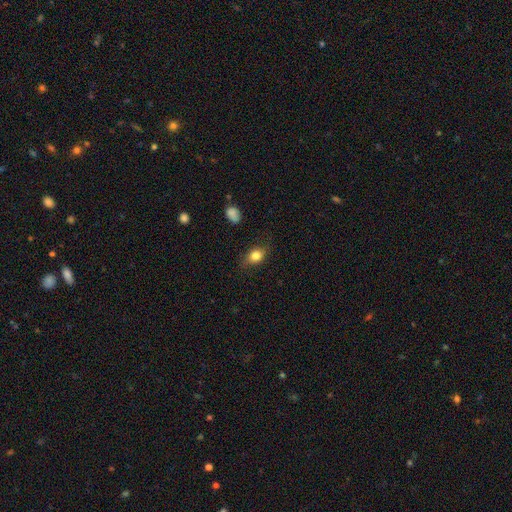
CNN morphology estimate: A smooth galaxy with no disk features (80%) that is in between round and cigar-shaped (67%).

Vote fractions:
- Smooth or featured? smooth: 80% / featured or disk: 12% / star or artifact: 9%
- How rounded? in between: 67% / round: 30% / cigar-shaped: 3%
- Merging? none: 75% / minor disturbance: 18% / major disturbance: 5% / merger: 1%